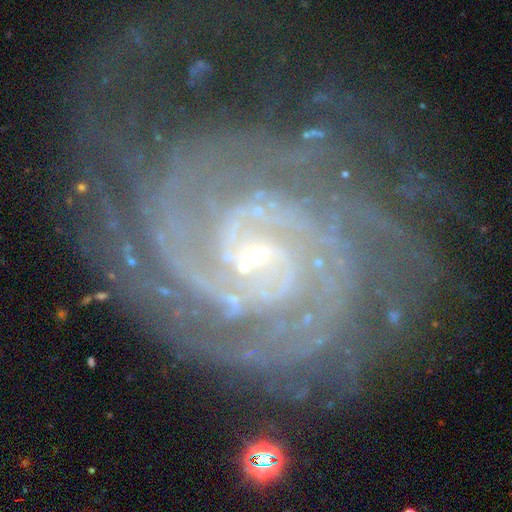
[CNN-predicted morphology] smooth_or_featured: featured or disk (p=0.92) [alt: star or artifact p=0.06]
disk_edge_on: no (p=0.98) [alt: yes p=0.02]
bar: no (p=0.41) [alt: weak p=0.40]
has_spiral_arms: yes (p=0.99) [alt: no p=0.01]
spiral_winding: tight (p=0.81) [alt: medium p=0.17]
spiral_arm_count: 2 (p=0.41) [alt: 3 p=0.17]
bulge_size: small (p=0.76) [alt: moderate p=0.16]
merging: none (p=0.61) [alt: minor disturbance p=0.21]